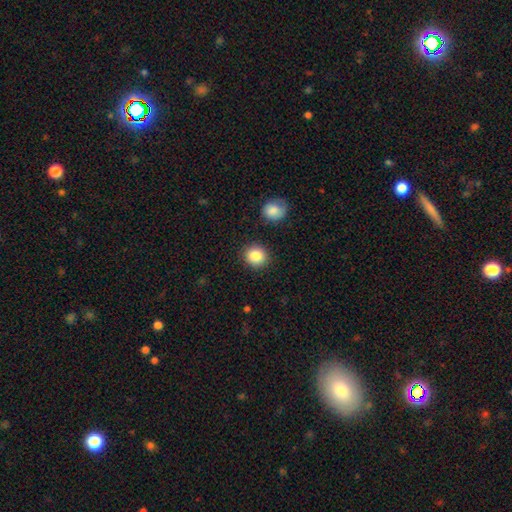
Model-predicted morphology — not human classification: Smooth or featured? Predicted: smooth (p=0.87). How rounded? Predicted: round (p=0.87). Merging? Predicted: none (p=0.88).